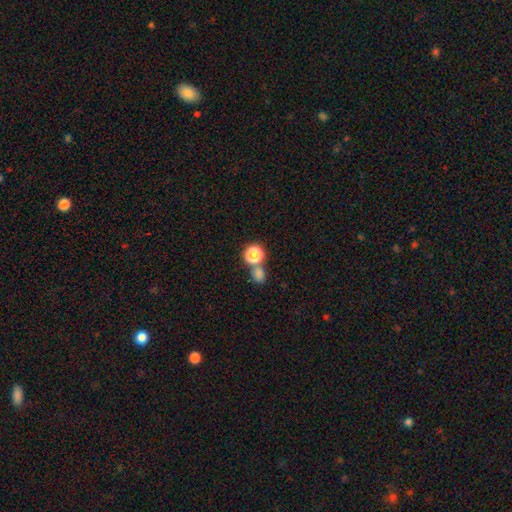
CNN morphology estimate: This appears to be a smooth galaxy with no disk features (46%). Merging: none (60%).